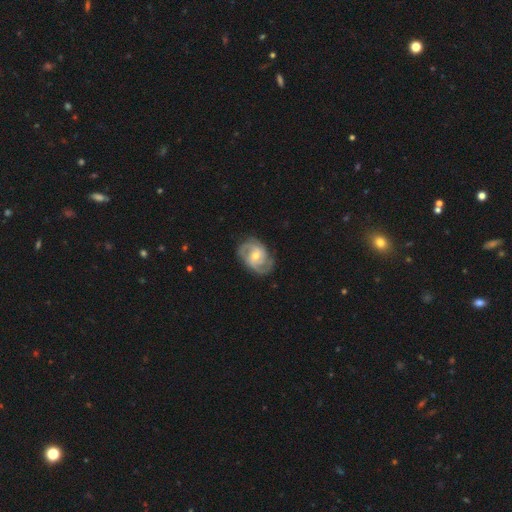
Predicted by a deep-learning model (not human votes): smooth_or_featured: featured or disk (p=0.85) [alt: smooth p=0.10]
disk_edge_on: no (p=0.97) [alt: yes p=0.03]
bar: no (p=0.51) [alt: weak p=0.39]
has_spiral_arms: yes (p=0.96) [alt: no p=0.04]
spiral_winding: medium (p=0.45) [alt: tight p=0.43]
spiral_arm_count: 2 (p=0.54) [alt: 3 p=0.24]
bulge_size: moderate (p=0.54) [alt: small p=0.42]
merging: none (p=0.75) [alt: minor disturbance p=0.18]